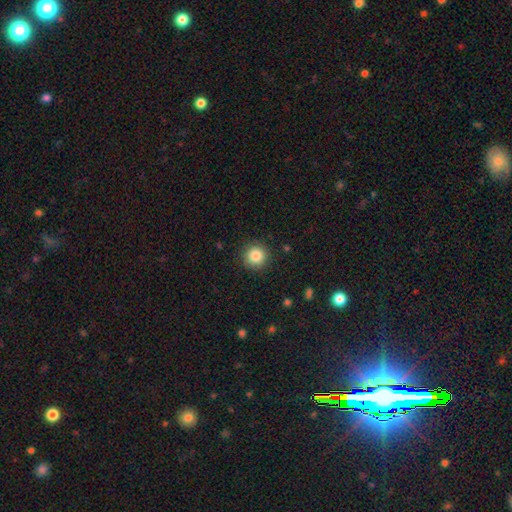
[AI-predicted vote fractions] This is clearly a smooth galaxy (85%). How rounded: clearly round (95%). Merging: clearly none (90%).